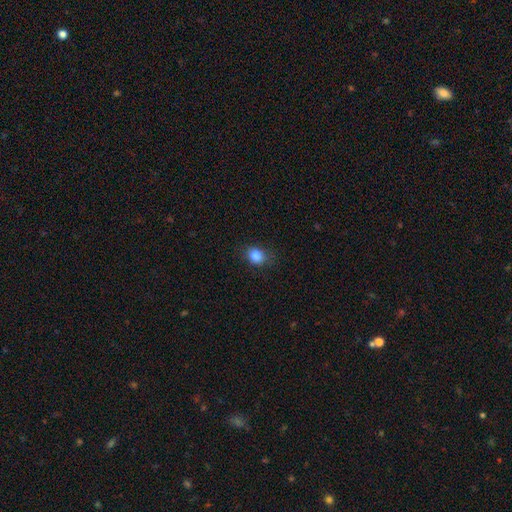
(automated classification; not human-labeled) This appears to be a smooth galaxy with no disk features (86%) that is round (55%). Merging: none (79%).